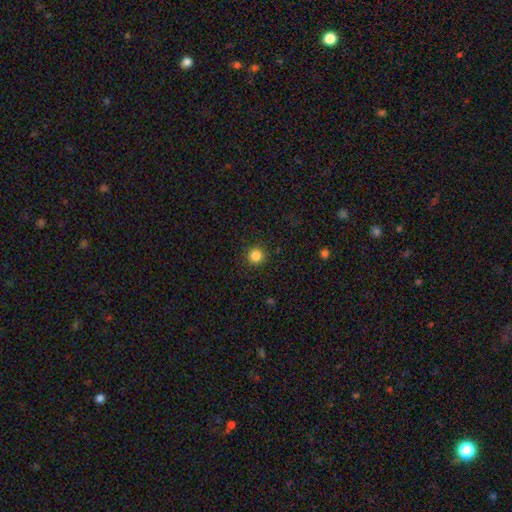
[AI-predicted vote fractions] Q: Smooth or featured?
A: smooth (84%); runner-up: star or artifact (12%)
Q: How rounded?
A: round (94%); runner-up: in between (5%)
Q: Merging?
A: none (91%); runner-up: minor disturbance (6%)